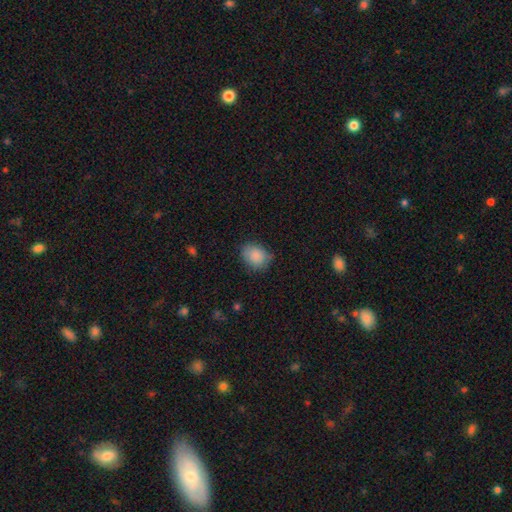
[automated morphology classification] This is clearly a smooth galaxy (86%). How rounded: possibly round (52%). Merging: likely none (75%).